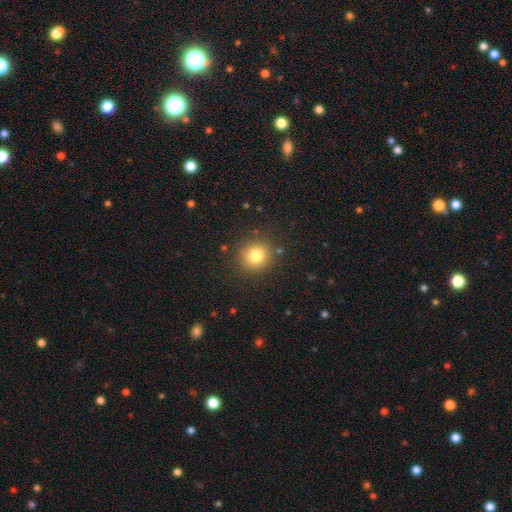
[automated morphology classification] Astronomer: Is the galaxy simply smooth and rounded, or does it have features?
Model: smooth — 80%.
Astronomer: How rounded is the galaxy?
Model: round — 87%.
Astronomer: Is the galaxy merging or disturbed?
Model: none — 87%.